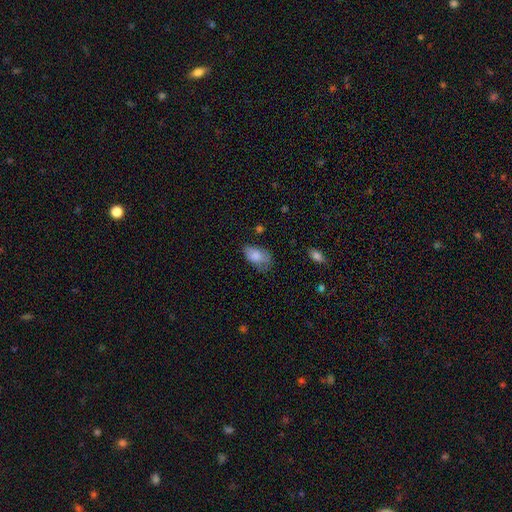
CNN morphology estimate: This appears to be a smooth galaxy with no disk features (79%) that is in between round and cigar-shaped (90%). Merging: none (43%).